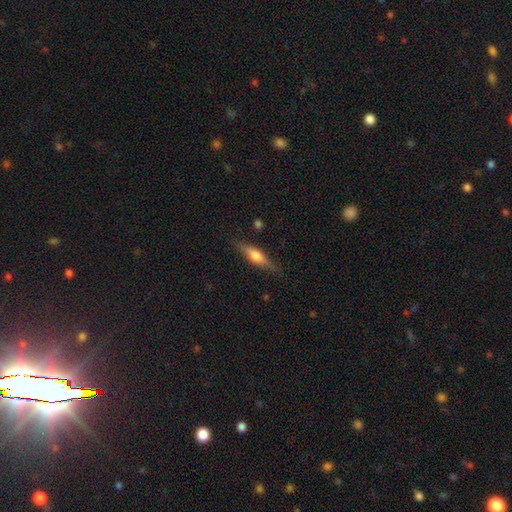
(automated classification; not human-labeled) The model was most divided on "smooth or featured": smooth: 49%, featured or disk: 44%, star or artifact: 7%. More confident: merging — none (82%).